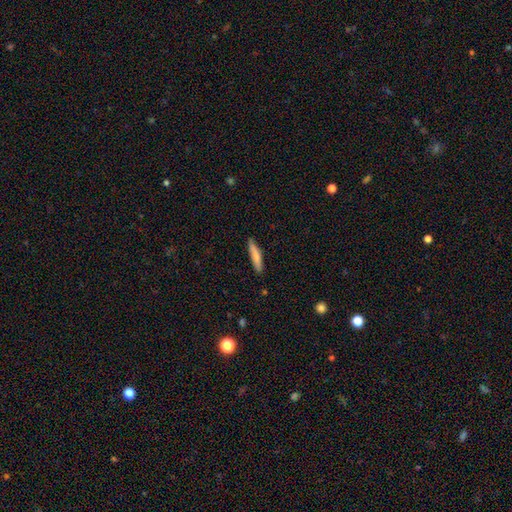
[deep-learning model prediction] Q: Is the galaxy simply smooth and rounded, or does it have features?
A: smooth — 76%.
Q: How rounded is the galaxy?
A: cigar-shaped — 89%.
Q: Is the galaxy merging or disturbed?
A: none — 87%.